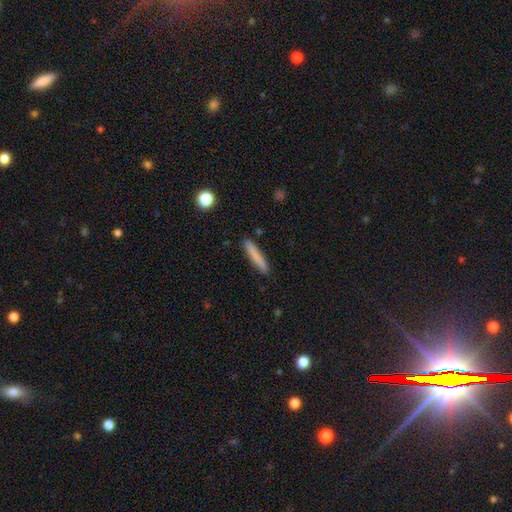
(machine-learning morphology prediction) Smooth or featured?
  - smooth: 79% *
  - featured or disk: 14%
  - star or artifact: 7%
How rounded?
  - cigar-shaped: 94% *
  - in between: 5%
  - round: 1%
Merging?
  - none: 88% *
  - minor disturbance: 8%
  - major disturbance: 2%
  - merger: 2%